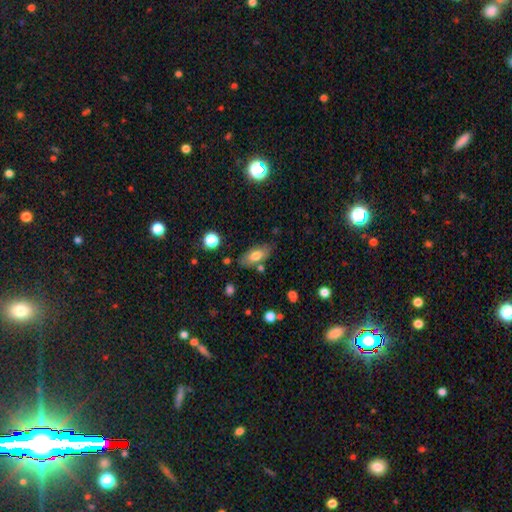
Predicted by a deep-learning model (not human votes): Overall: smooth (74%). How rounded: in between (86%). Merging: none (76%).